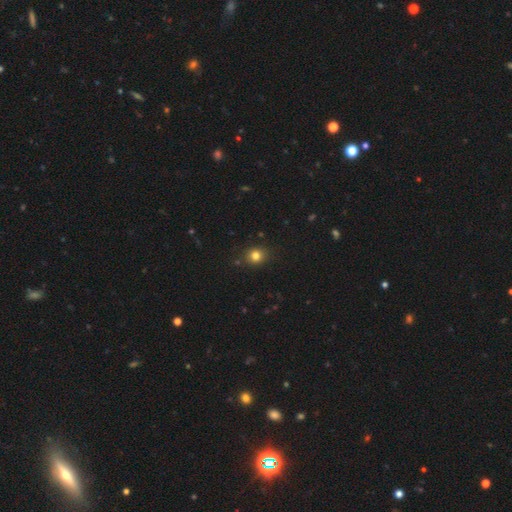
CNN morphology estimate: A smooth galaxy with no disk features (80%) that is round (77%).

Vote fractions:
- Smooth or featured? smooth: 80% / star or artifact: 14% / featured or disk: 6%
- How rounded? round: 77% / in between: 22% / cigar-shaped: 1%
- Merging? none: 87% / minor disturbance: 9% / major disturbance: 2% / merger: 2%